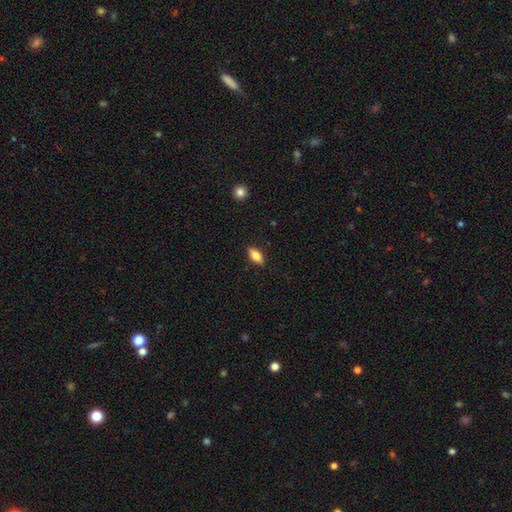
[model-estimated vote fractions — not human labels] A smooth galaxy with no disk features (78%) that is in between round and cigar-shaped (83%). Merging: none (88%).